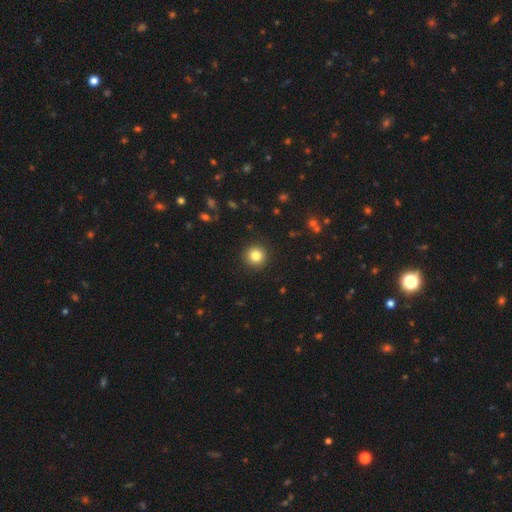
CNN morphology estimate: smooth-or-featured: smooth: 83% | star or artifact: 11% | featured or disk: 6%
  how-rounded: round: 95% | in between: 4% | cigar-shaped: 1%
  merging: none: 92% | minor disturbance: 5% | major disturbance: 2% | merger: 1%